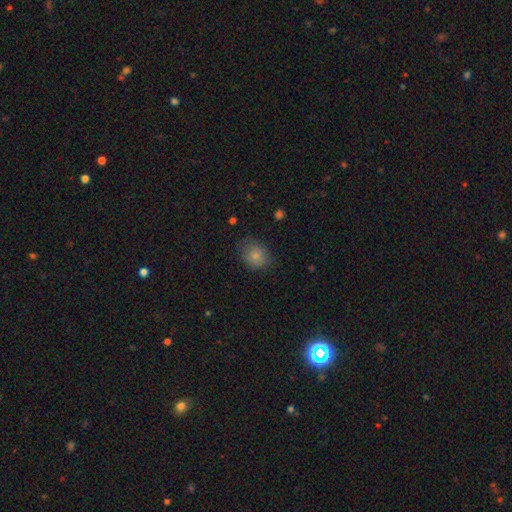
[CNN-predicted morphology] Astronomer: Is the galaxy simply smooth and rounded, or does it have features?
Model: smooth — 81%.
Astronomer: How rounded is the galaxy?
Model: round — 59% (runner-up: in between, 40%).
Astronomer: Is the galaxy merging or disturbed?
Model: none — 71%.